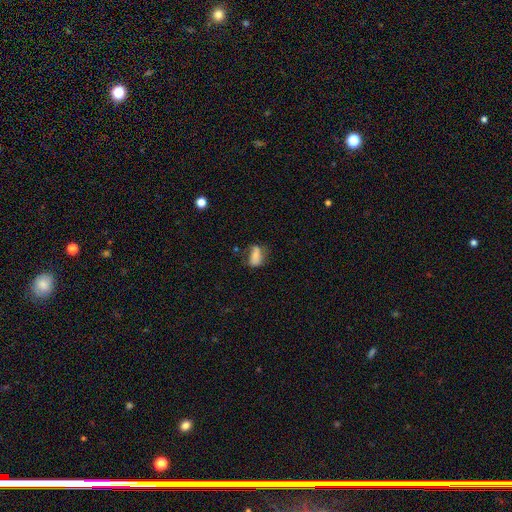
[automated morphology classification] Smooth or featured? smooth (64%)
How rounded? in between (81%)
Merging? none (48%)